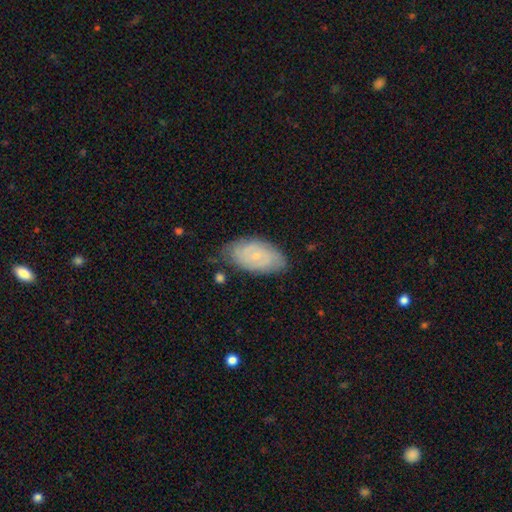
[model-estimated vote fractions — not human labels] A featured or disk galaxy (63%) with no bar (69%), spiral arms (80%) and a small central bulge (77%). Merging: none (71%).